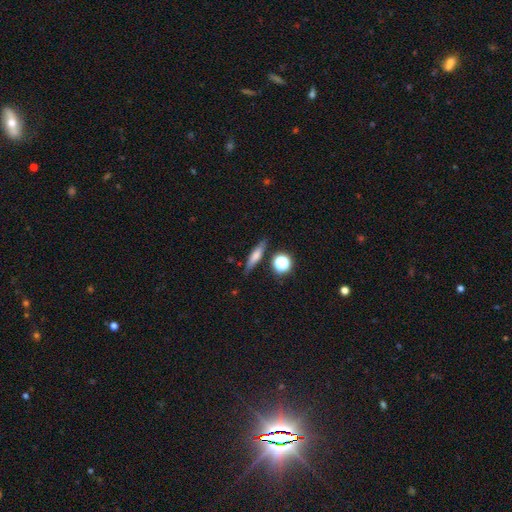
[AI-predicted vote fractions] smooth 61%, featured or disk 29%, star or artifact 11%. Down the decision tree: how rounded — cigar-shaped (73%); merging — none (80%).